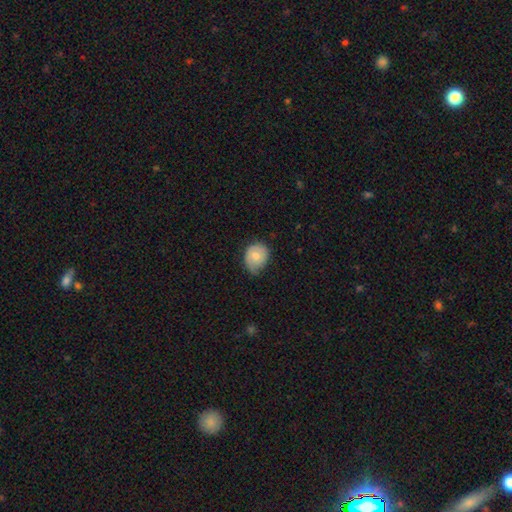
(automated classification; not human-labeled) smooth_or_featured: smooth (p=0.72) [alt: featured or disk p=0.21]
how_rounded: round (p=0.62) [alt: in between p=0.37]
merging: none (p=0.49) [alt: minor disturbance p=0.40]